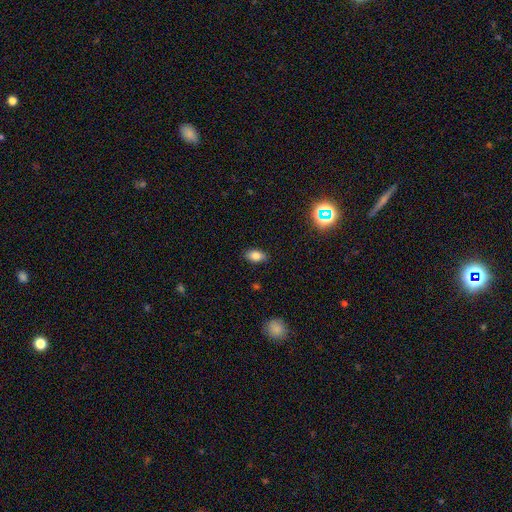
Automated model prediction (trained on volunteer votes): Smooth or featured: smooth — 81% (star or artifact — 11%)
How rounded: in between — 89% (round — 8%)
Merging: none — 87% (minor disturbance — 9%)